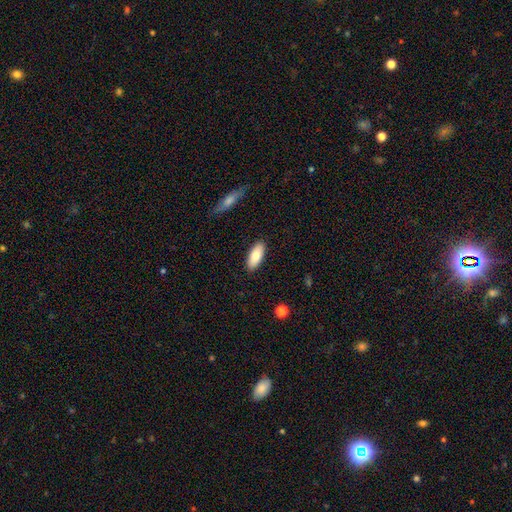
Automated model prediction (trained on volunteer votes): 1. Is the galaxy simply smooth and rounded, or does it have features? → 82% smooth, 12% featured or disk, 6% star or artifact.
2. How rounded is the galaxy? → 83% in between, 15% cigar-shaped, 2% round.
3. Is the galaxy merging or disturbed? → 88% none, 8% minor disturbance, 2% major disturbance, 1% merger.